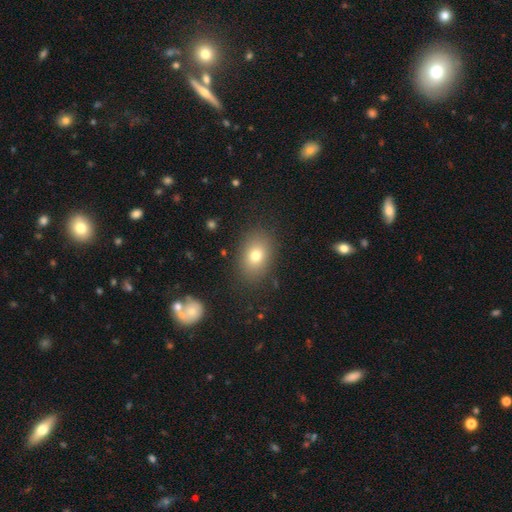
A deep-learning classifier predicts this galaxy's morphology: Smooth or featured? Predicted: smooth (p=0.75). How rounded? Predicted: in between (p=0.70). Merging? Predicted: none (p=0.85).